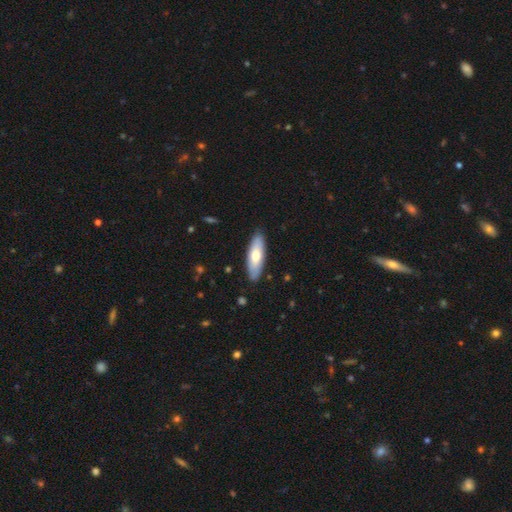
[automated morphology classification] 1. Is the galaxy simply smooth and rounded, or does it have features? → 65% smooth, 30% featured or disk, 5% star or artifact.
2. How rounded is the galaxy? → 61% in between, 37% cigar-shaped, 2% round.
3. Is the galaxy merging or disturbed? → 88% none, 10% minor disturbance, 2% major disturbance, 1% merger.